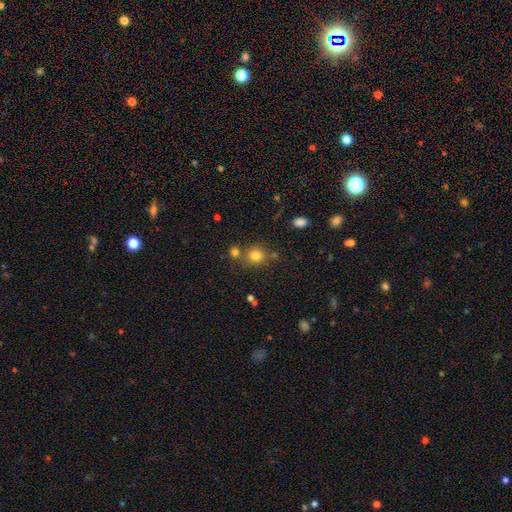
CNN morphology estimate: Overall: smooth (78%). How rounded: round (80%). Merging: none (68%).